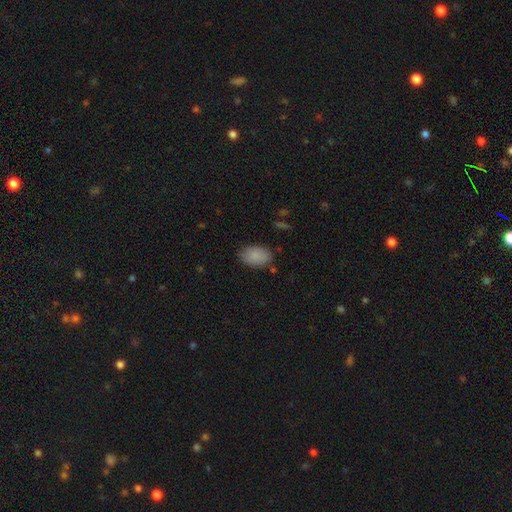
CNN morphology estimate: The model was most divided on "merging": none: 80%, minor disturbance: 15%, major disturbance: 3%, merger: 2%. More confident: how rounded — in between (89%); smooth or featured — smooth (88%).